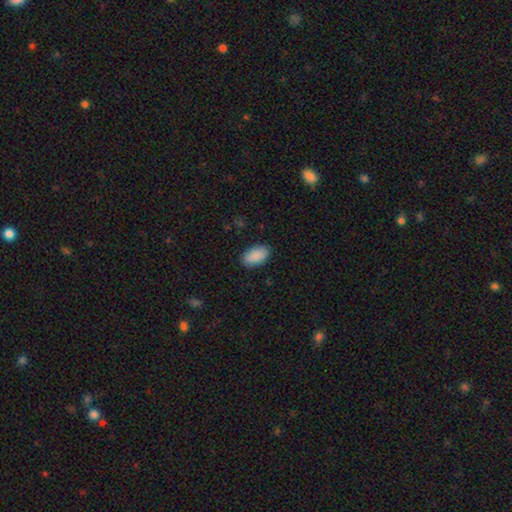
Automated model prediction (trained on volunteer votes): Smooth or featured? Predicted: smooth (p=0.90). How rounded? Predicted: in between (p=0.94). Merging? Predicted: none (p=0.88).